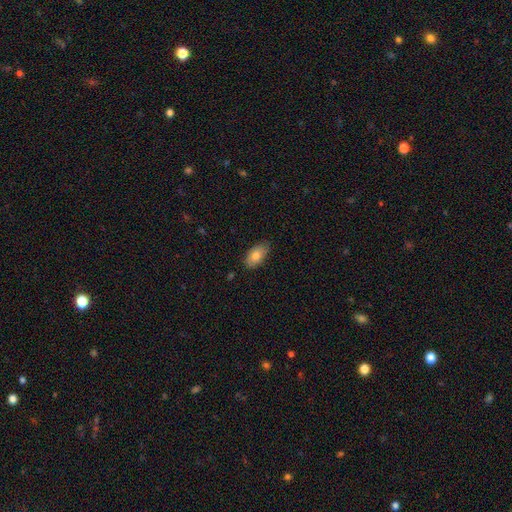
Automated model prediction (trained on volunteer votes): Q: Smooth or featured?
A: smooth (80%); runner-up: featured or disk (13%)
Q: How rounded?
A: in between (93%); runner-up: round (4%)
Q: Merging?
A: none (82%); runner-up: minor disturbance (15%)